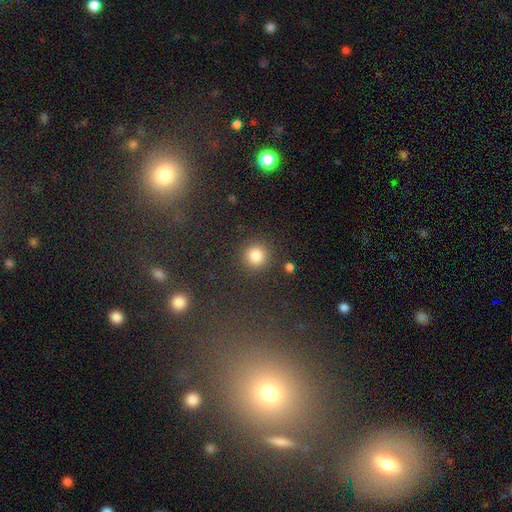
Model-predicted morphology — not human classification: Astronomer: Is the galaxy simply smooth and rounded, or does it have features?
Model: smooth — 83%.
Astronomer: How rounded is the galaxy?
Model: round — 93%.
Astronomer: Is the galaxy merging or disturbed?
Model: none — 87%.